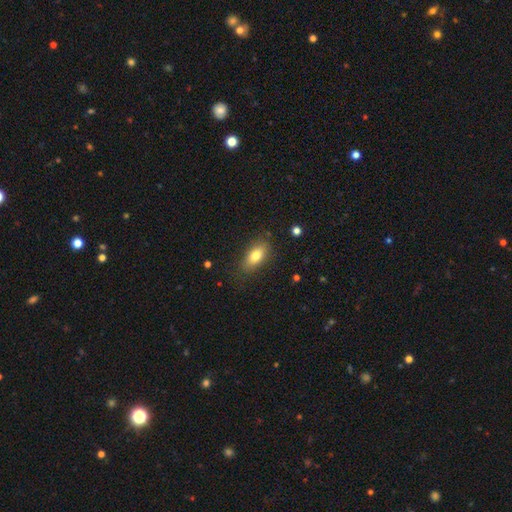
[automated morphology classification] smooth 79%, featured or disk 13%, star or artifact 8%. Down the decision tree: how rounded — in between (86%); merging — none (82%).